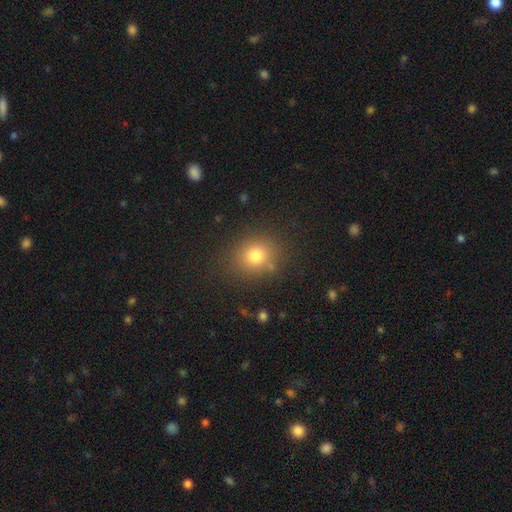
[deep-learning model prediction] Morphology: type=smooth (76%); roundness=round (75%); merging=none (83%).